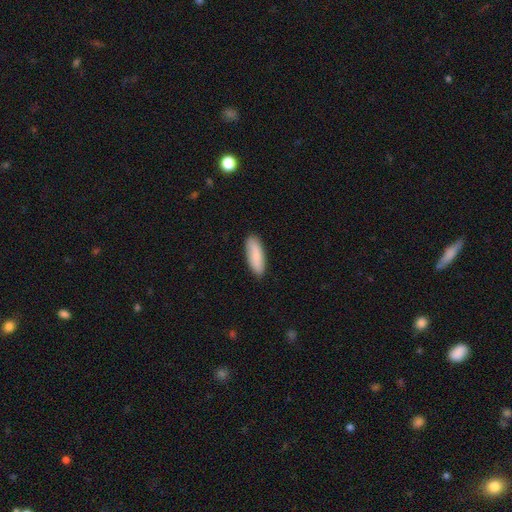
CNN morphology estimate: Q: Smooth or featured?
A: smooth (85%); runner-up: featured or disk (9%)
Q: How rounded?
A: in between (55%); runner-up: cigar-shaped (44%)
Q: Merging?
A: none (87%); runner-up: minor disturbance (10%)